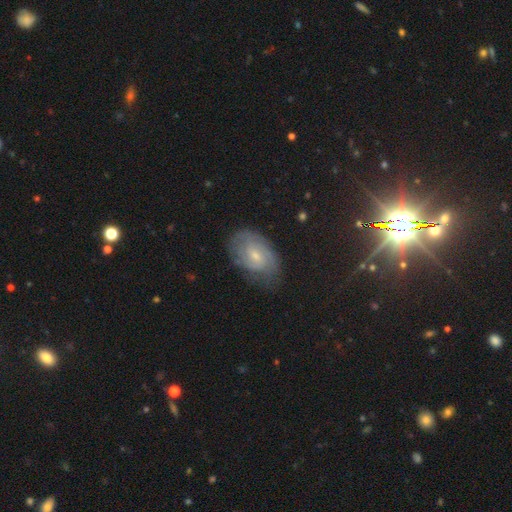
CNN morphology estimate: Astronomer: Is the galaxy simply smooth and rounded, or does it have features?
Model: featured or disk — 63%.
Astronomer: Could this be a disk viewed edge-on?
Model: no — 96%.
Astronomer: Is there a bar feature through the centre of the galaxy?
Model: no — 48% (runner-up: weak, 45%).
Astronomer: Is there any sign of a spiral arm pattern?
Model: yes — 85%.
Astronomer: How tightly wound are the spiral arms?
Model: tight — 59%.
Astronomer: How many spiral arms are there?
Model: can't tell — 46% (runner-up: 2, 33%).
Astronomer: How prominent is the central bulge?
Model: small — 65%.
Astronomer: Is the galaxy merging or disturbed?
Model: none — 67%.